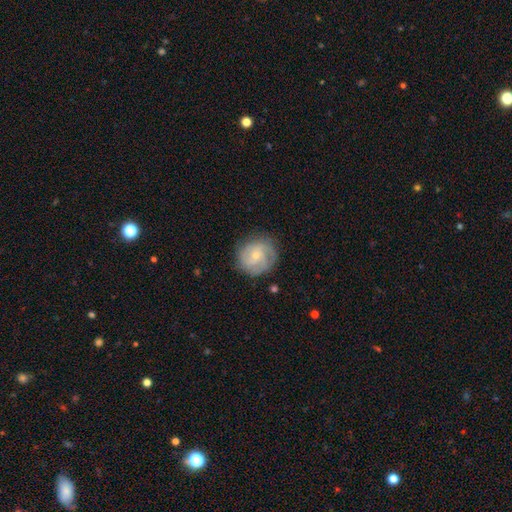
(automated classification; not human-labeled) A featured or disk galaxy (70%) with no bar (60%), 2 (31%) tight (49%) spiral arms (93%) and a small central bulge (68%).

Vote fractions:
- Smooth or featured? featured or disk: 70% / smooth: 23% / star or artifact: 6%
- Edge-on disk? no: 98% / yes: 2%
- Bar? no: 60% / weak: 35% / strong: 5%
- Spiral arms? yes: 93% / no: 7%
- Spiral winding? tight: 49% / medium: 39% / loose: 12%
- Spiral arm count? 2: 31% / 3: 30% / can't tell: 24% / 4: 6% / 1: 5% / more than 4: 4%
- Bulge size? small: 68% / moderate: 27% / none: 3% / large: 1% / dominant: 1%
- Merging? none: 78% / minor disturbance: 15% / major disturbance: 5% / merger: 1%